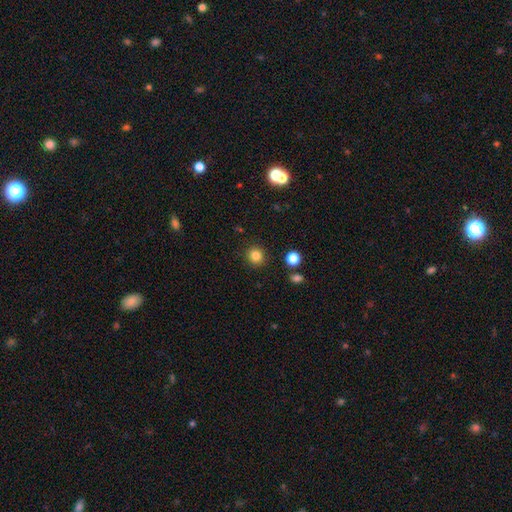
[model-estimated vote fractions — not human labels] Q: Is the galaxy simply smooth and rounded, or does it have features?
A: smooth — 84%.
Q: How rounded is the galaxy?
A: round — 91%.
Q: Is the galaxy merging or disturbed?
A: none — 90%.